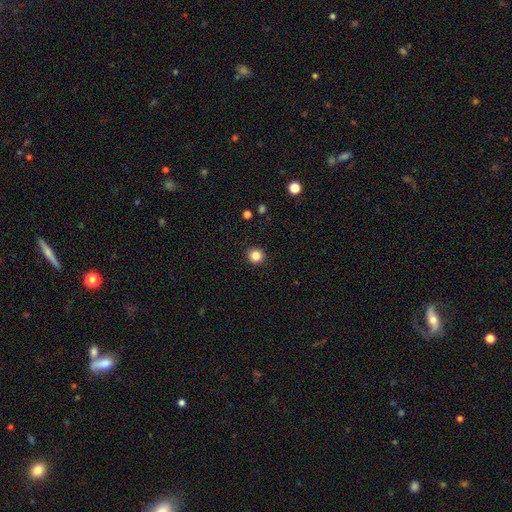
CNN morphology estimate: A smooth galaxy with no disk features (84%) that is round (93%). Merging: none (92%).